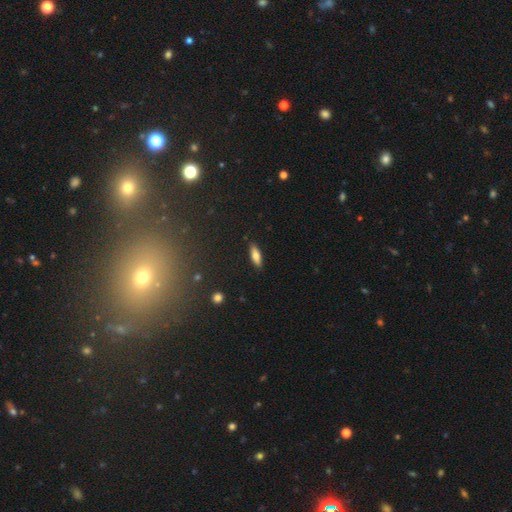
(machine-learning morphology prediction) Smooth or featured? smooth (74%)
How rounded? in between (60%)
Merging? none (87%)